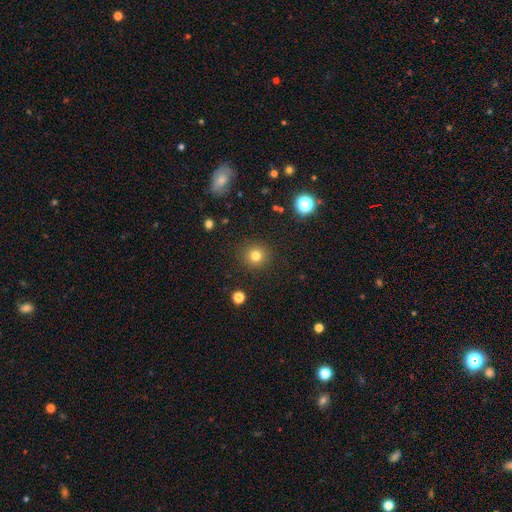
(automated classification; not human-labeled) This appears to be a smooth galaxy with no disk features (79%) that is round (94%). Merging: none (90%).